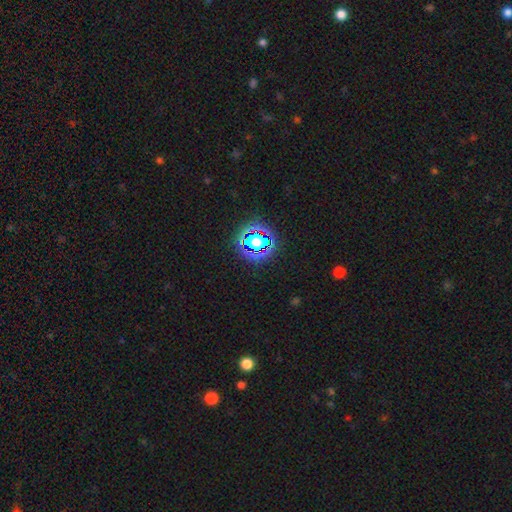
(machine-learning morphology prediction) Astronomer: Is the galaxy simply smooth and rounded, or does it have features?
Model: star or artifact — 79%.